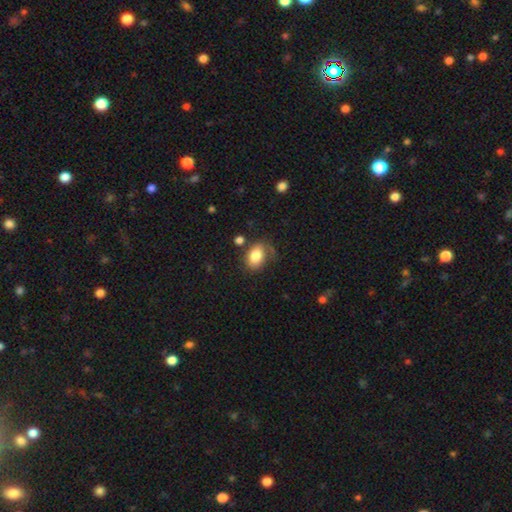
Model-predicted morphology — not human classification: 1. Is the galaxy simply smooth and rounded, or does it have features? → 82% smooth, 10% featured or disk, 8% star or artifact.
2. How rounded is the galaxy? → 75% in between, 24% round, 1% cigar-shaped.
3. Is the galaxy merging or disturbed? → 61% none, 23% minor disturbance, 10% major disturbance, 7% merger.